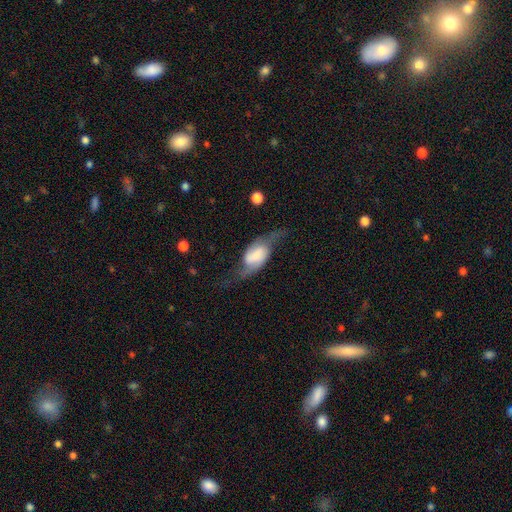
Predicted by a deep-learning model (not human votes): The model was most divided on "bulge size": small: 27%, large: 22%, none: 21%, moderate: 20%, dominant: 11%. Remaining: spiral arm count — 2 (92%); edge-on disk — no (91%); spiral arms — yes (91%); spiral winding — loose (73%); smooth or featured — featured or disk (72%); merging — none (53%); bar — weak (40%).